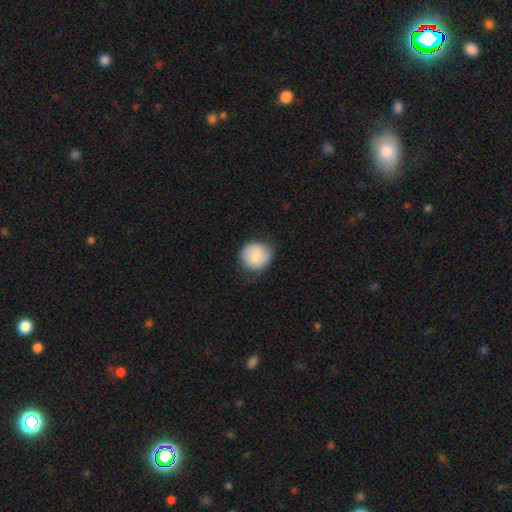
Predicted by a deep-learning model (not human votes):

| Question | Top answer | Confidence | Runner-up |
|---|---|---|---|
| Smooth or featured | smooth | 80% | featured or disk (13%) |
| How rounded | round | 87% | in between (12%) |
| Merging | none | 77% | minor disturbance (18%) |